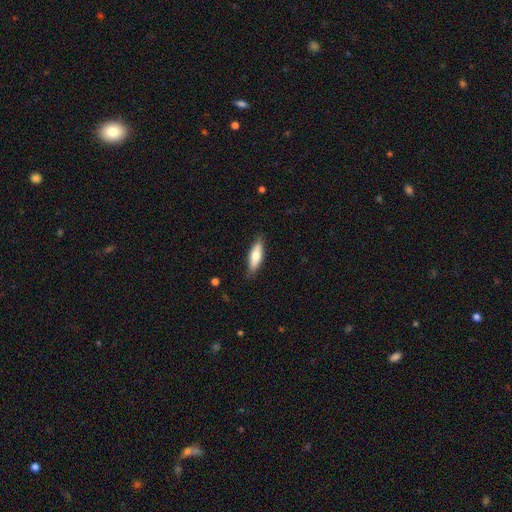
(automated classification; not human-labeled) smooth 73%, featured or disk 21%, star or artifact 6%. Down the decision tree: how rounded — in between (52%); merging — none (83%).